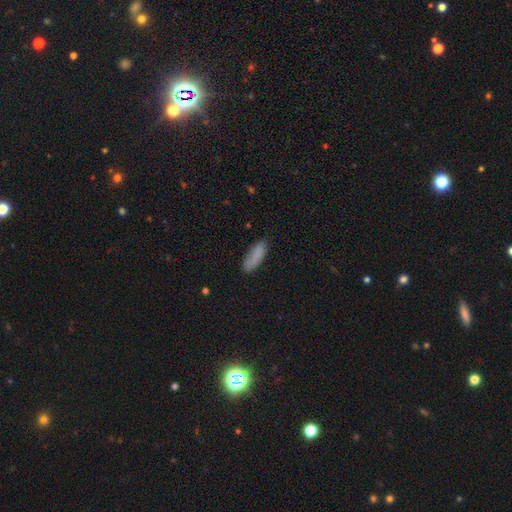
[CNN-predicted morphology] Smooth or featured? smooth (83%)
How rounded? in between (51%)
Merging? none (77%)